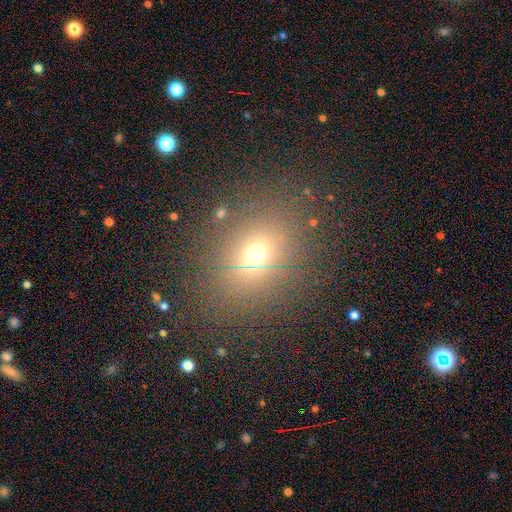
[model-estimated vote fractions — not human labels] Smooth or featured?
  - smooth: 64% *
  - star or artifact: 24%
  - featured or disk: 13%
How rounded?
  - round: 53% *
  - in between: 46%
  - cigar-shaped: 2%
Merging?
  - none: 81% *
  - minor disturbance: 10%
  - major disturbance: 6%
  - merger: 2%